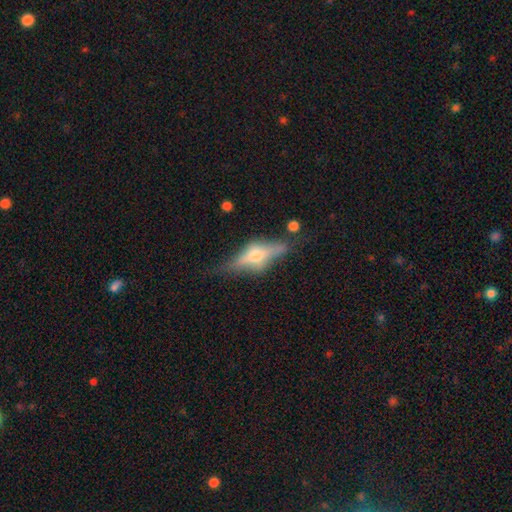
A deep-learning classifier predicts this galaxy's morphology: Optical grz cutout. It shows a featured or disk galaxy (65%) viewed edge-on (88%) with a rounded central bulge (92%). Merging: none (66%).